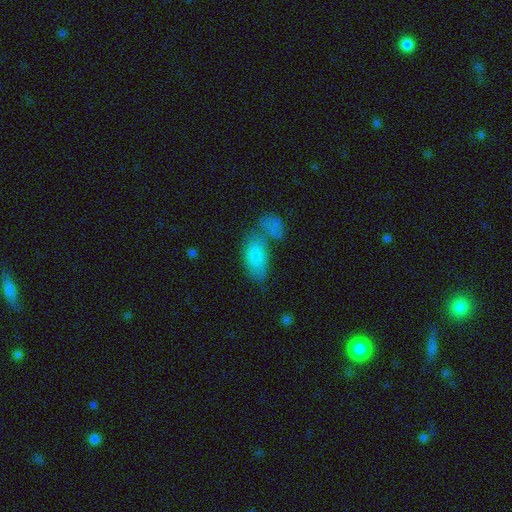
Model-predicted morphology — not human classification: Overall: smooth (79%). How rounded: in between (91%). Merging: none (45%; merger 30%).